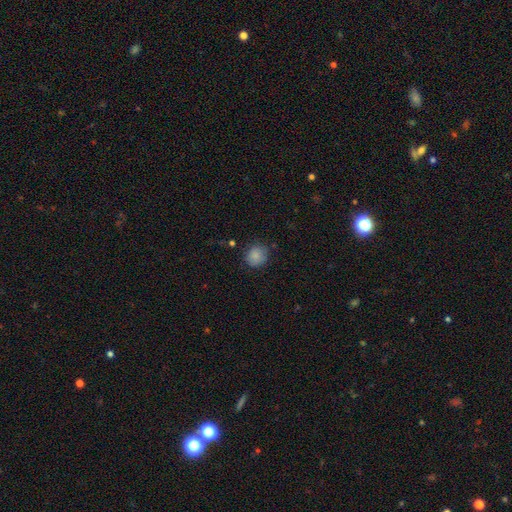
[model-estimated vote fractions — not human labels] Morphology: type=smooth (86%); roundness=round (82%); merging=none (79%).